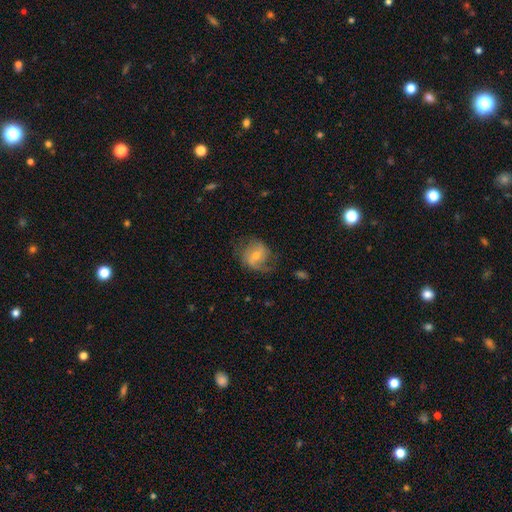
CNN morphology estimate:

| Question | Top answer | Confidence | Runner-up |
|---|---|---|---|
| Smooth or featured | featured or disk | 54% | smooth (38%) |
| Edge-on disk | no | 96% | yes (4%) |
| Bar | weak | 48% | no (30%) |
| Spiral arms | yes | 81% | no (19%) |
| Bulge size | small | 45% | tied: moderate (45%) |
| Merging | none | 57% | minor disturbance (25%) |